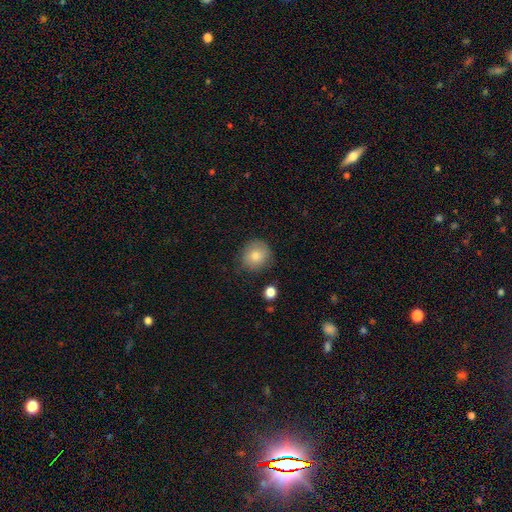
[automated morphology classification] smooth 82%, star or artifact 9%, featured or disk 9%. Down the decision tree: how rounded — round (88%); merging — none (82%).